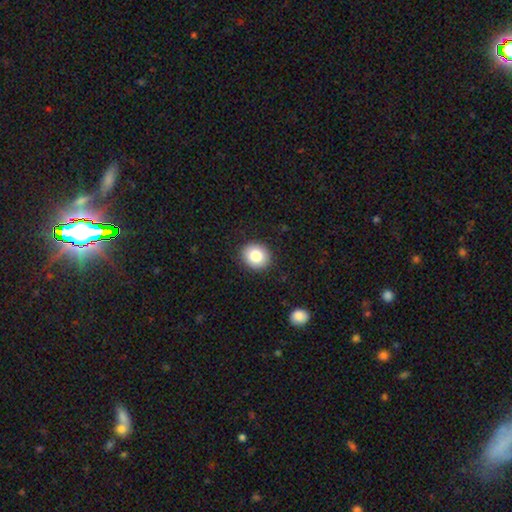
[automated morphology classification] type=smooth (83%); roundness=round (82%); merging=none (91%).